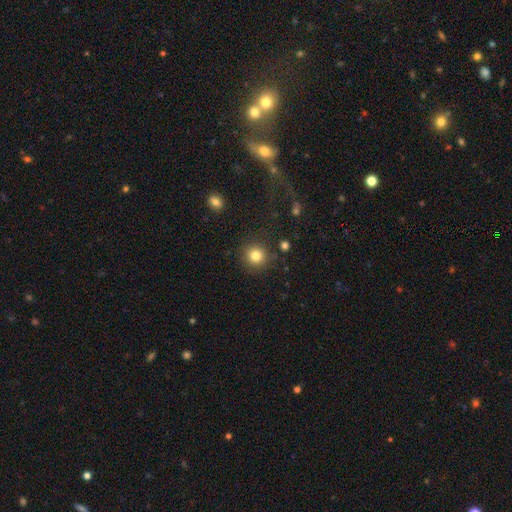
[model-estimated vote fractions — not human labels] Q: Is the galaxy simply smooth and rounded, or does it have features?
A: smooth — 82%.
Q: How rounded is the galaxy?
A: round — 93%.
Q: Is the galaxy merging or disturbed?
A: none — 88%.